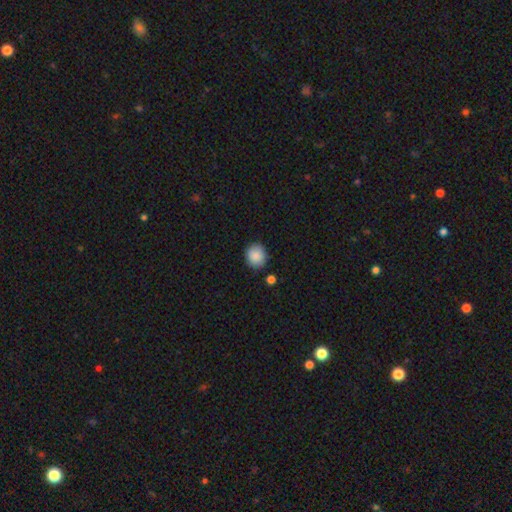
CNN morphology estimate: Smooth or featured?
  - smooth: 89% *
  - star or artifact: 8%
  - featured or disk: 3%
How rounded?
  - round: 81% *
  - in between: 18%
  - cigar-shaped: 1%
Merging?
  - none: 85% *
  - minor disturbance: 10%
  - merger: 2%
  - major disturbance: 2%